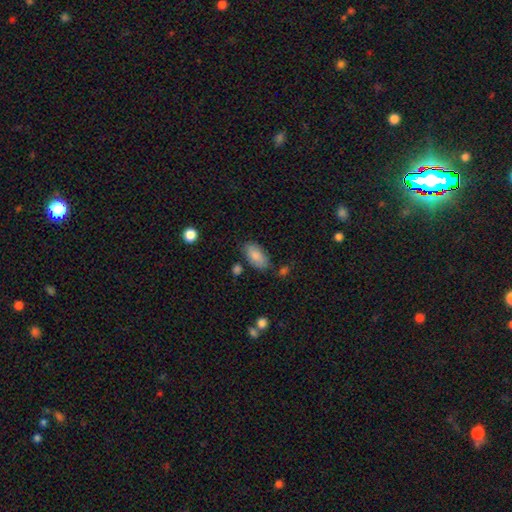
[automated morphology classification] Smooth or featured? Predicted: smooth (p=0.84). How rounded? Predicted: in between (p=0.93). Merging? Predicted: none (p=0.75).